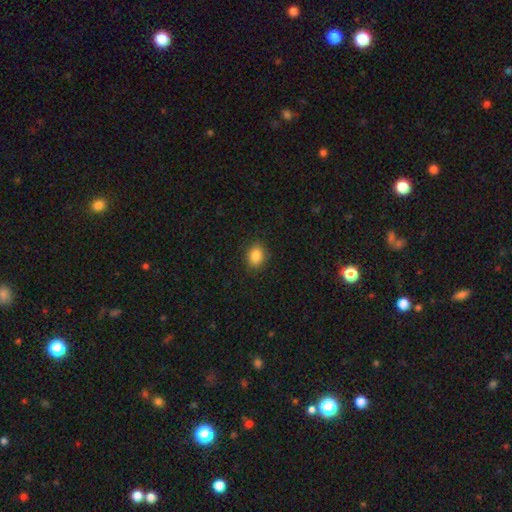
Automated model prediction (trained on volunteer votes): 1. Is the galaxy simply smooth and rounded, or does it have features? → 86% smooth, 10% star or artifact, 4% featured or disk.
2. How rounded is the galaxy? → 52% in between, 47% round, 1% cigar-shaped.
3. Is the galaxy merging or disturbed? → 87% none, 10% minor disturbance, 2% major disturbance, 1% merger.